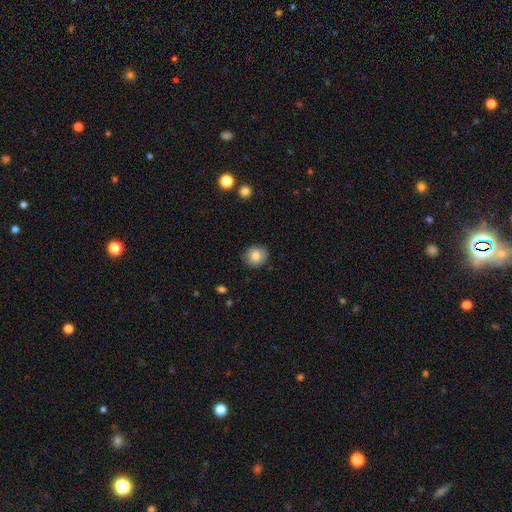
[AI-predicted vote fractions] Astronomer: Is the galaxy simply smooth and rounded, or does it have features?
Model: smooth — 80%.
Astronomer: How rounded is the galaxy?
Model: round — 79%.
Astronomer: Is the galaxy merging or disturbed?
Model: none — 87%.